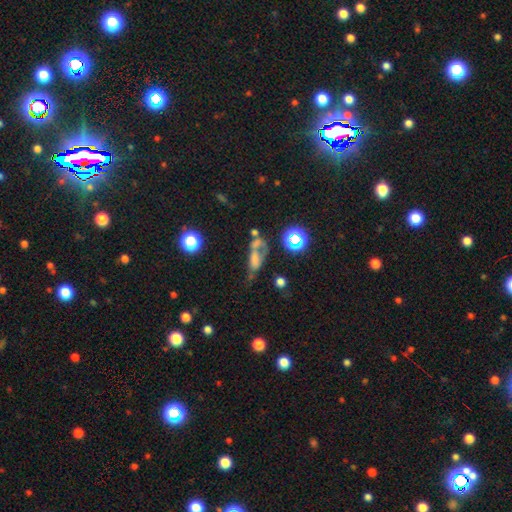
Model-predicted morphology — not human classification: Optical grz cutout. It shows a smooth galaxy with no disk features (40%). Merging: none (33%).